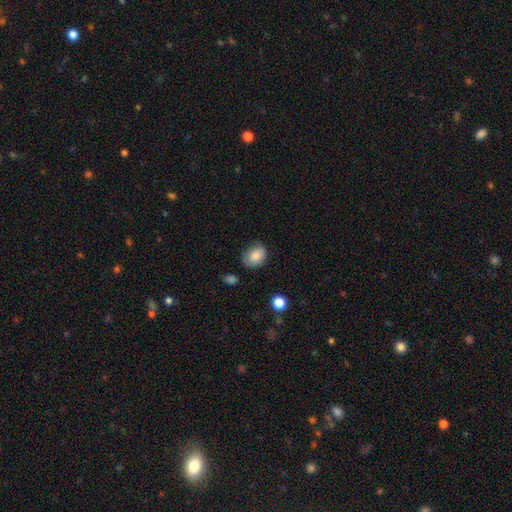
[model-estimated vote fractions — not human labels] A smooth galaxy with no disk features (83%) that is in between round and cigar-shaped (52%).

Vote fractions:
- Smooth or featured? smooth: 83% / featured or disk: 9% / star or artifact: 8%
- How rounded? in between: 52% / round: 47% / cigar-shaped: 1%
- Merging? none: 65% / minor disturbance: 26% / major disturbance: 6% / merger: 2%